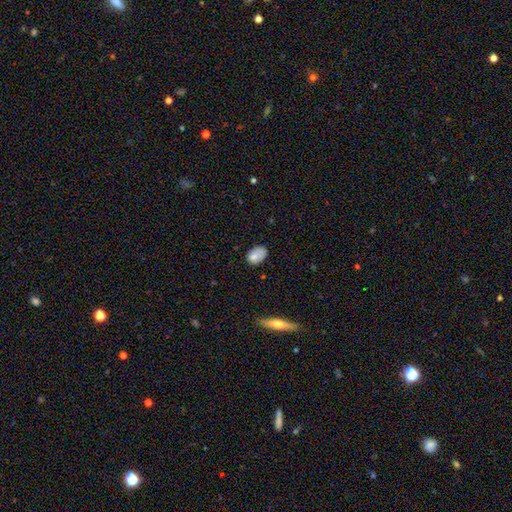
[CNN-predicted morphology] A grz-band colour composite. It shows a smooth galaxy with no disk features (80%) that is in between round and cigar-shaped (85%). Merging: none (60%).